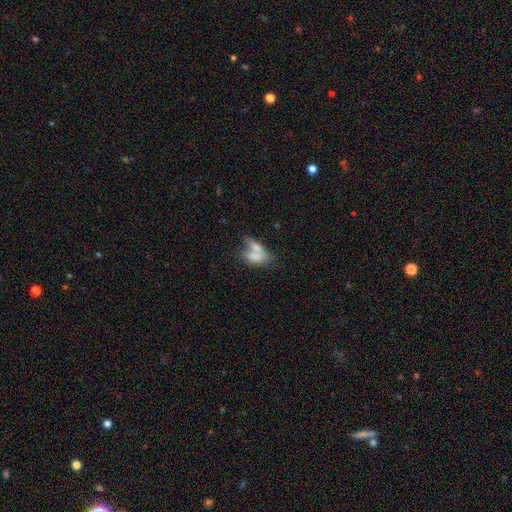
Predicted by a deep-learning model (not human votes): Morphology: type=smooth (71%); roundness=in between (83%); merging=merger (61%).